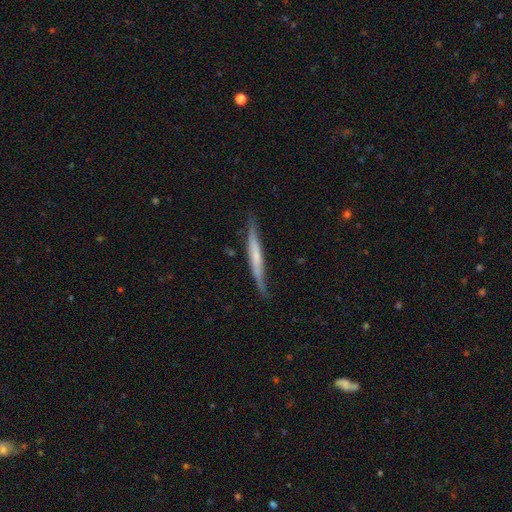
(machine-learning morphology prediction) A featured or disk galaxy (53%) viewed edge-on (91%). Merging: none (72%).